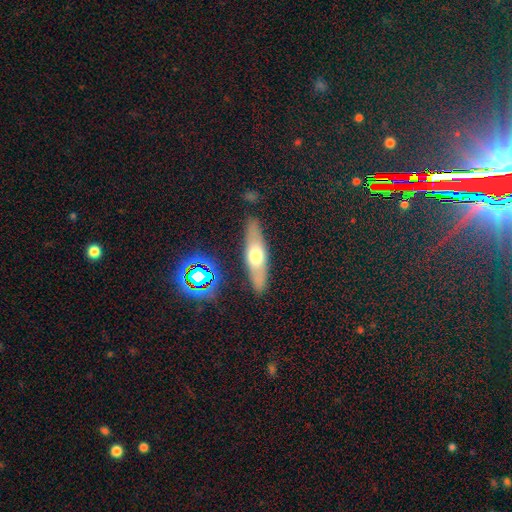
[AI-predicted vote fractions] smooth-or-featured: smooth: 50% | featured or disk: 42% | star or artifact: 8%
  merging: none: 87% | minor disturbance: 9% | major disturbance: 2% | merger: 2%